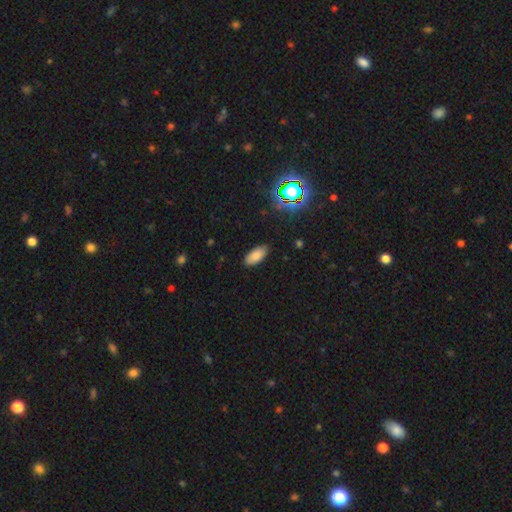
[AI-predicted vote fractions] Morphology: type=smooth (78%); roundness=in between (90%); merging=none (87%).